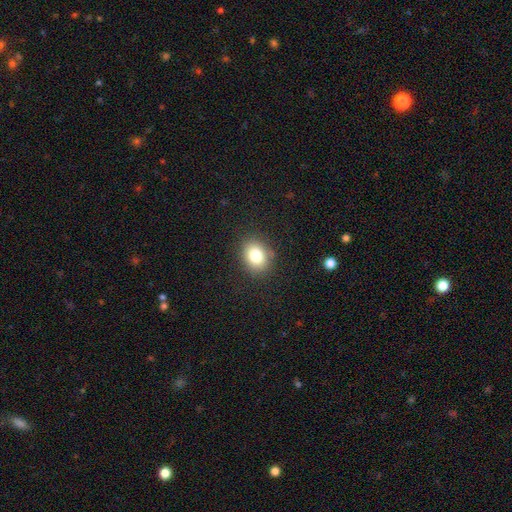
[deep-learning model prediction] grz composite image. It shows a smooth galaxy with no disk features (80%) that is in between round and cigar-shaped (52%). Merging: none (85%).